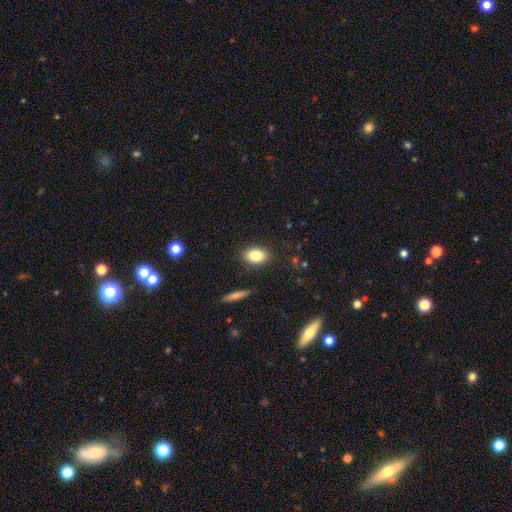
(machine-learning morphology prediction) Overall: smooth (83%). How rounded: in between (81%). Merging: none (86%).